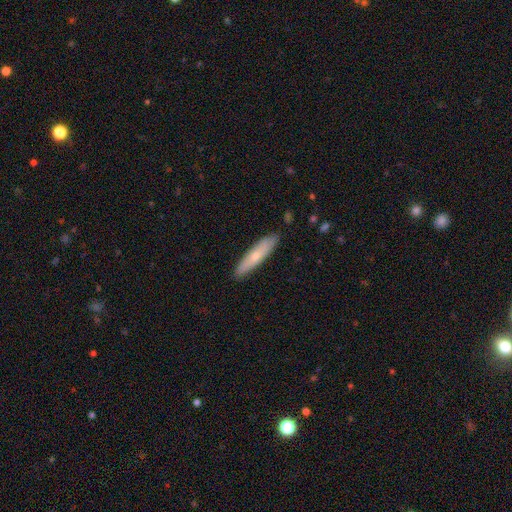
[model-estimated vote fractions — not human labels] Smooth or featured? smooth (63%)
How rounded? cigar-shaped (83%)
Merging? none (88%)